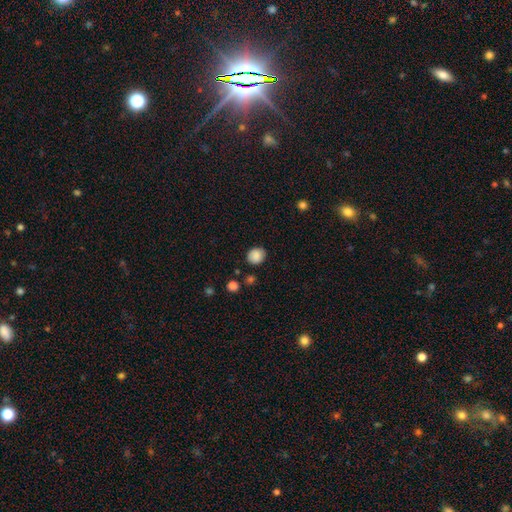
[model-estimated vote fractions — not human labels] Smooth or featured?
  - smooth: 86% *
  - star or artifact: 9%
  - featured or disk: 5%
How rounded?
  - round: 78% *
  - in between: 21%
  - cigar-shaped: 1%
Merging?
  - none: 83% *
  - minor disturbance: 11%
  - major disturbance: 3%
  - merger: 2%